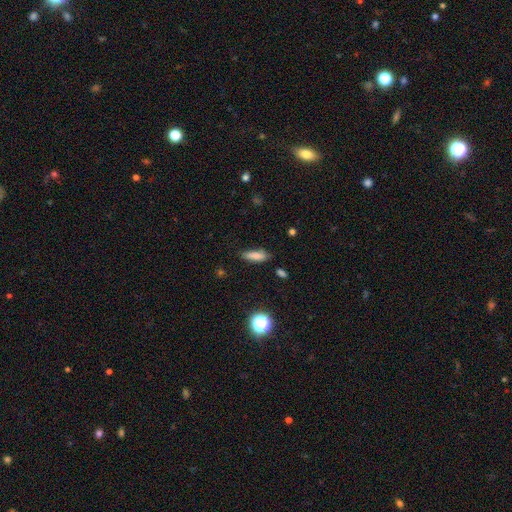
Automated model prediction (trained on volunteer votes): Morphology: type=smooth (79%); roundness=in between (52%); merging=none (76%).